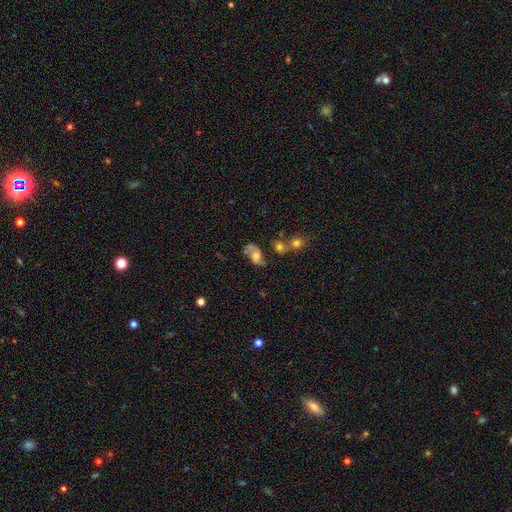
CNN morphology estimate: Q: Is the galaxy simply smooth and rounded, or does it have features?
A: featured or disk — 71%.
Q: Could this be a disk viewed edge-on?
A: no — 97%.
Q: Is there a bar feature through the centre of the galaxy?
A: no — 64%.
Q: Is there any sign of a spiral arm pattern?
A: yes — 90%.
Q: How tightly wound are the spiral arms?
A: loose — 58%.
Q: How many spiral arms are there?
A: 2 — 87%.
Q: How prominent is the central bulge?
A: moderate — 51%.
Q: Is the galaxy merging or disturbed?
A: none — 45%.